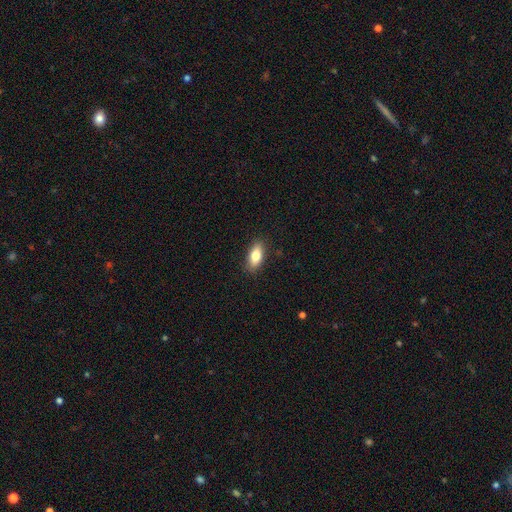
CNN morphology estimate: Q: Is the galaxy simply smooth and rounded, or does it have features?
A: smooth — 80%.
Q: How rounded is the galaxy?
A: in between — 85%.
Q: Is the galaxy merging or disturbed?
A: none — 87%.